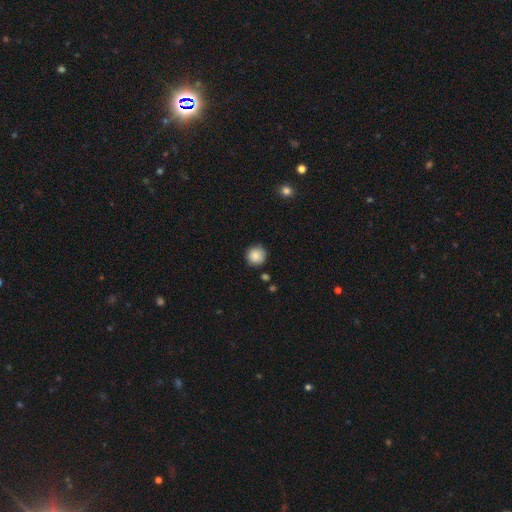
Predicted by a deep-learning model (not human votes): smooth_or_featured: smooth (p=0.86) [alt: star or artifact p=0.09]
how_rounded: round (p=0.95) [alt: in between p=0.04]
merging: none (p=0.87) [alt: minor disturbance p=0.09]